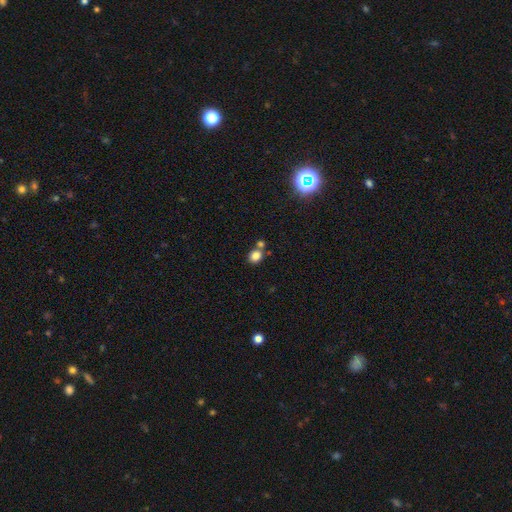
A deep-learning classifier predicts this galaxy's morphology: smooth 82%, star or artifact 12%, featured or disk 6%. Down the decision tree: how rounded — round (60%); merging — none (59%).